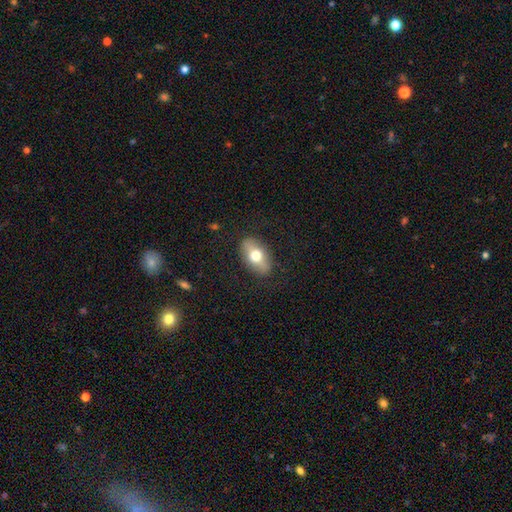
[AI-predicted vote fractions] This is likely a smooth galaxy (60%). How rounded: clearly in between (88%). Merging: clearly none (86%).